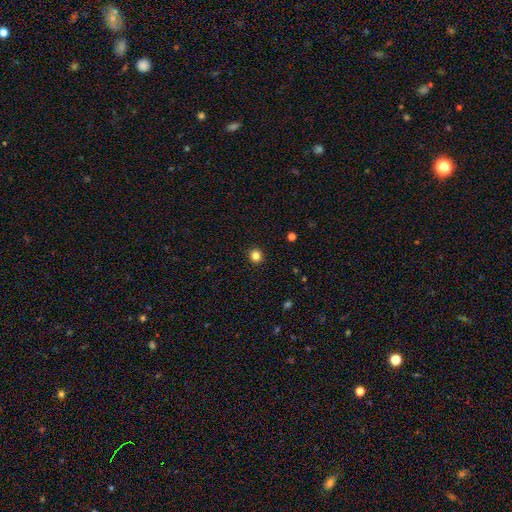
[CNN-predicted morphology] type=smooth (83%); roundness=round (92%); merging=none (93%).